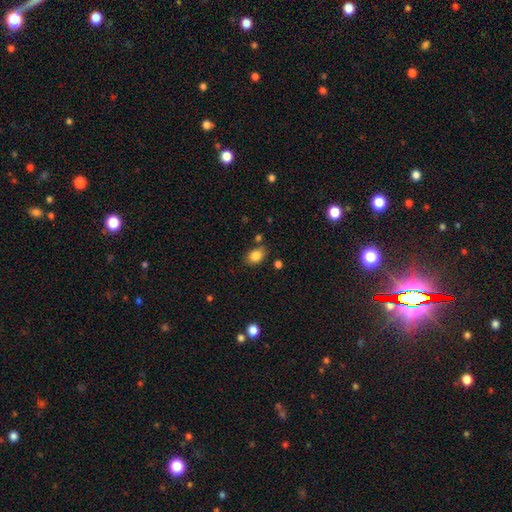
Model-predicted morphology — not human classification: smooth_or_featured: smooth (p=0.84) [alt: star or artifact p=0.10]
how_rounded: in between (p=0.72) [alt: round p=0.27]
merging: none (p=0.76) [alt: minor disturbance p=0.15]